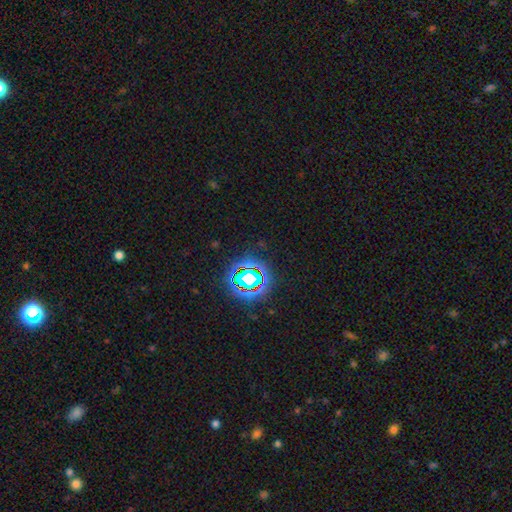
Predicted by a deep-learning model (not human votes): Smooth or featured? star or artifact (79%)